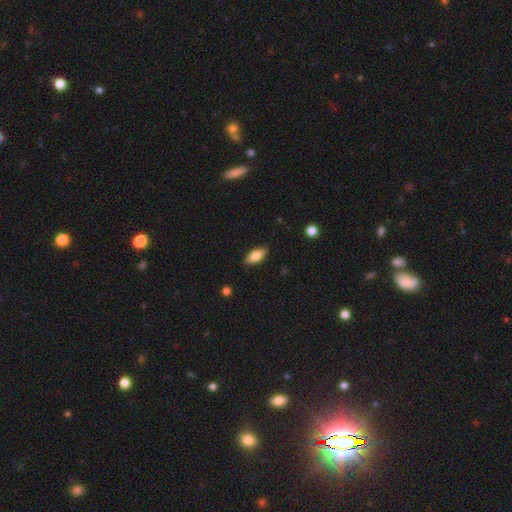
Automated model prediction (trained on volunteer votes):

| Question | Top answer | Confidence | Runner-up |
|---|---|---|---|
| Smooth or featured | smooth | 74% | featured or disk (19%) |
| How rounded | in between | 82% | cigar-shaped (15%) |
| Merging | none | 87% | minor disturbance (10%) |